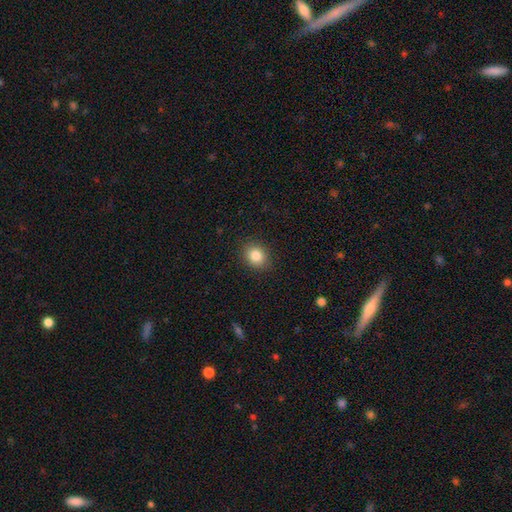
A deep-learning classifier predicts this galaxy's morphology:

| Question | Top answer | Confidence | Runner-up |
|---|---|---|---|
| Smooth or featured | smooth | 84% | star or artifact (10%) |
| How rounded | round | 67% | in between (32%) |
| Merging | none | 88% | minor disturbance (8%) |